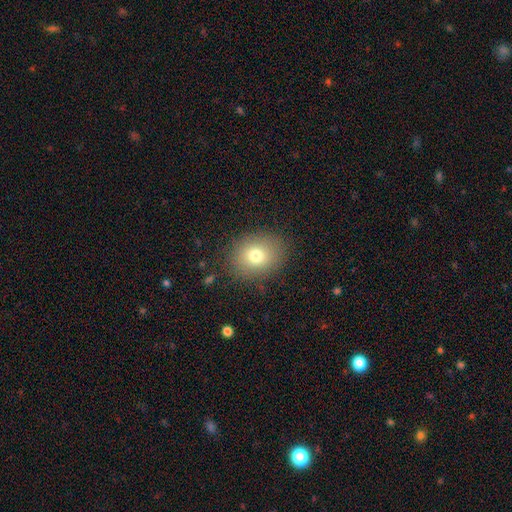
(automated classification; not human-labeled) smooth 76%, star or artifact 12%, featured or disk 12%. Down the decision tree: how rounded — round (55%); merging — none (85%).